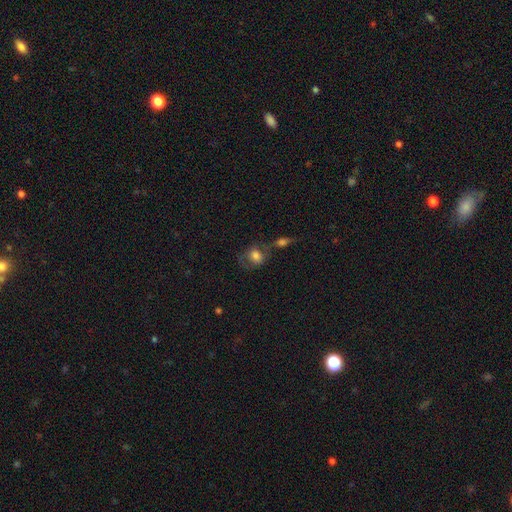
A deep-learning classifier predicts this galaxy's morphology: This is likely a smooth galaxy (66%). How rounded: possibly round (51%). Merging: marginally none (42%).